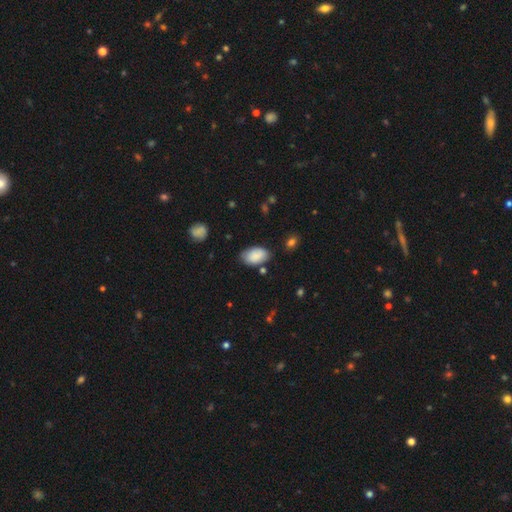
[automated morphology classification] This is clearly a smooth galaxy (85%). How rounded: clearly in between (93%). Merging: likely none (73%).